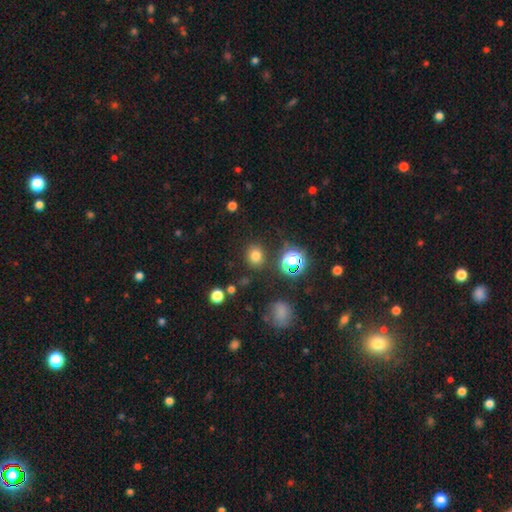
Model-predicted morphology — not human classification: smooth-or-featured: smooth: 73% | star or artifact: 20% | featured or disk: 6%
  how-rounded: round: 77% | in between: 22% | cigar-shaped: 1%
  merging: none: 85% | minor disturbance: 9% | major disturbance: 4% | merger: 3%